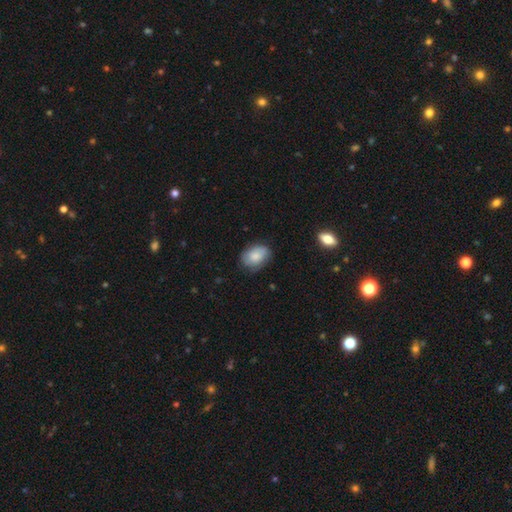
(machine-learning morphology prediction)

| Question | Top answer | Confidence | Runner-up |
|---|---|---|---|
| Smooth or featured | smooth | 81% | featured or disk (12%) |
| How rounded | in between | 80% | round (19%) |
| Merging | none | 72% | minor disturbance (22%) |